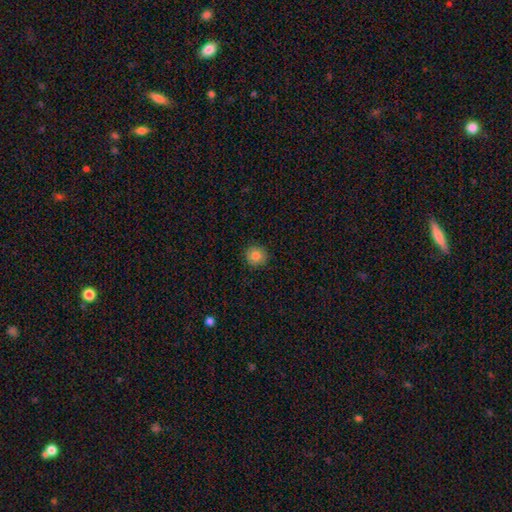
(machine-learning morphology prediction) Smooth or featured? smooth (82%)
How rounded? round (90%)
Merging? none (90%)